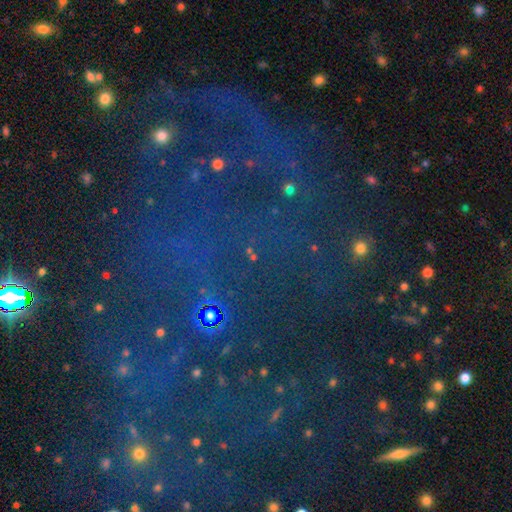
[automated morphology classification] Q: Smooth or featured?
A: star or artifact (66%); runner-up: smooth (18%)